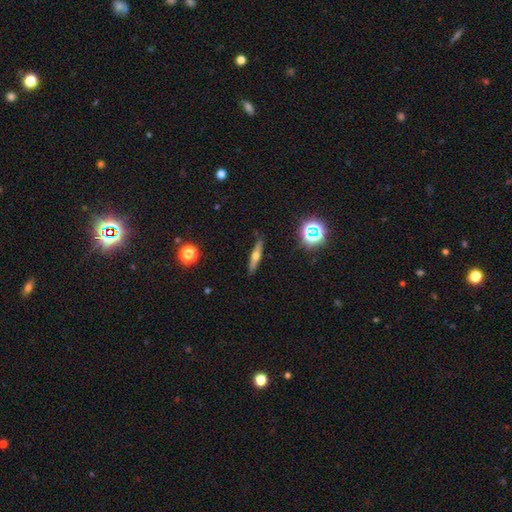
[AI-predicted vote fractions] Smooth or featured?
  - featured or disk: 54% *
  - smooth: 37%
  - star or artifact: 10%
Edge-on disk?
  - yes: 93% *
  - no: 7%
Edge-on bulge?
  - rounded: 91% *
  - none: 6%
  - boxy: 3%
Merging?
  - none: 88% *
  - minor disturbance: 8%
  - major disturbance: 2%
  - merger: 1%